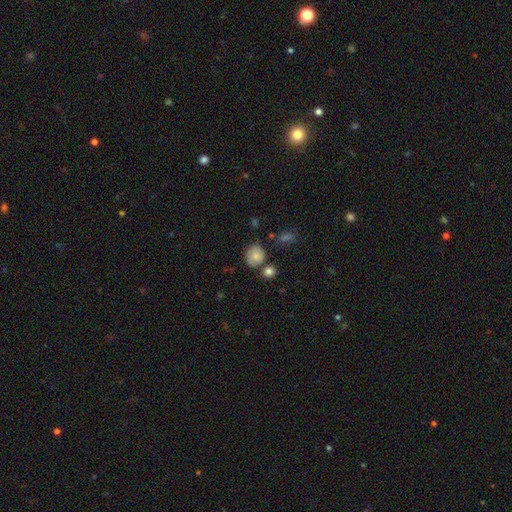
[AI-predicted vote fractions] smooth_or_featured: smooth (p=0.80) [alt: featured or disk p=0.10]
how_rounded: round (p=0.73) [alt: in between p=0.26]
merging: none (p=0.69) [alt: minor disturbance p=0.16]